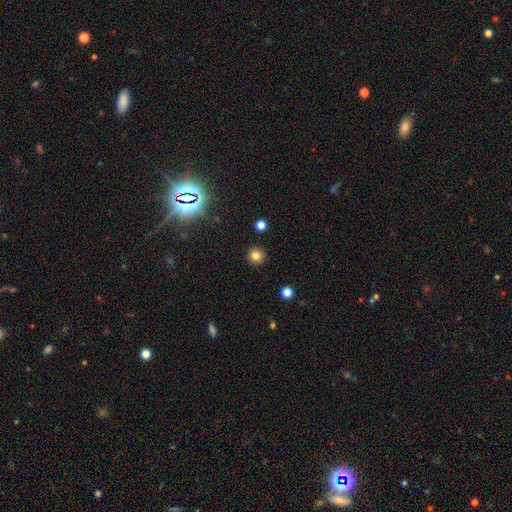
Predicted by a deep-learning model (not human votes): This appears to be a smooth galaxy with no disk features (81%) that is round (94%). Merging: none (92%).